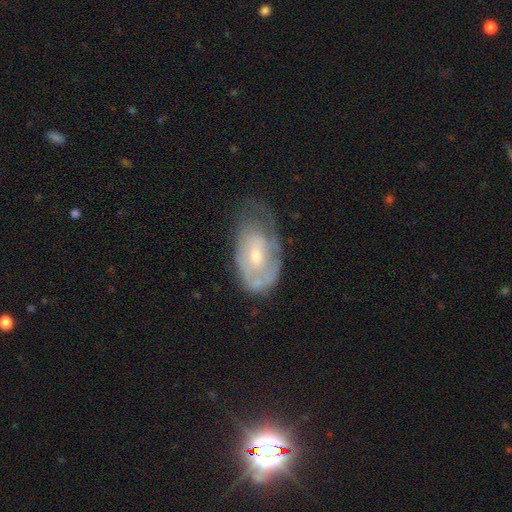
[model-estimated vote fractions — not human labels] A featured or disk galaxy (59%) with no bar (67%), spiral arms (59%) and a moderate central bulge (48%). Merging: minor disturbance (36%, tied with none).